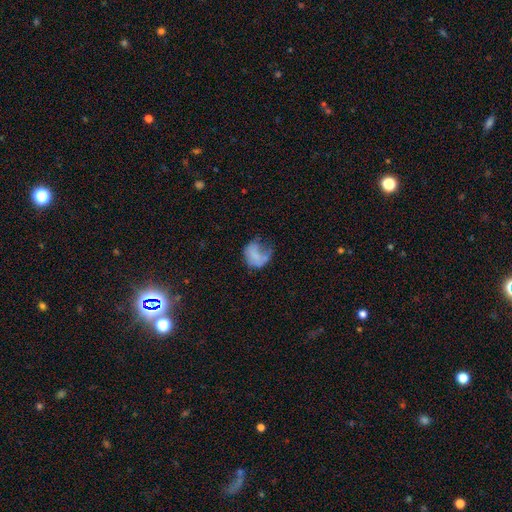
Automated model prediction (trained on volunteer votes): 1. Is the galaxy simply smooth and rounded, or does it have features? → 60% smooth, 29% featured or disk, 11% star or artifact.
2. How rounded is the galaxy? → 51% round, 47% in between, 1% cigar-shaped.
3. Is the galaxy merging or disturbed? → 42% major disturbance, 27% none, 25% minor disturbance, 6% merger.